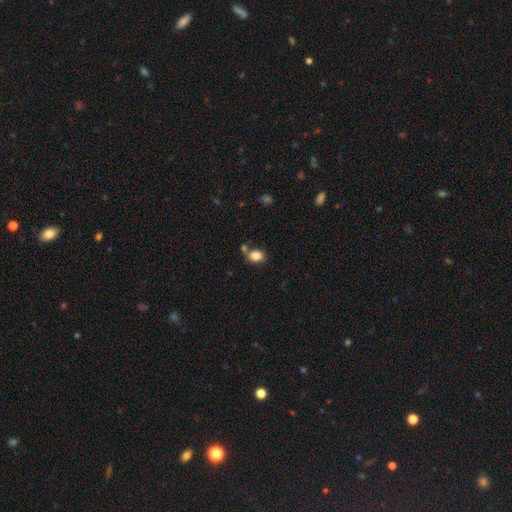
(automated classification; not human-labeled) Morphology: type=smooth (85%); roundness=in between (77%); merging=none (63%).